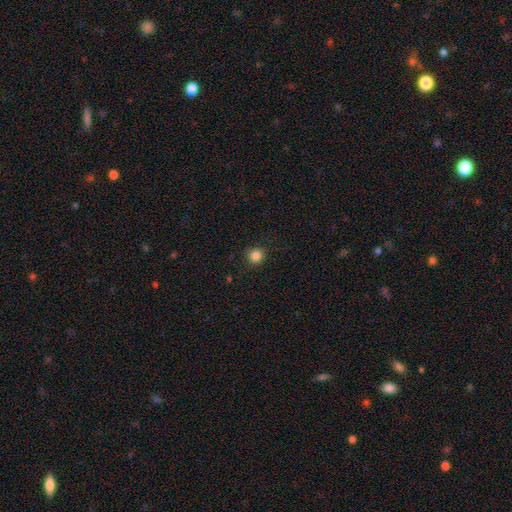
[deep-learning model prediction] Smooth or featured?
  - smooth: 85% *
  - star or artifact: 11%
  - featured or disk: 4%
How rounded?
  - round: 92% *
  - in between: 8%
  - cigar-shaped: 1%
Merging?
  - none: 89% *
  - minor disturbance: 8%
  - major disturbance: 2%
  - merger: 1%